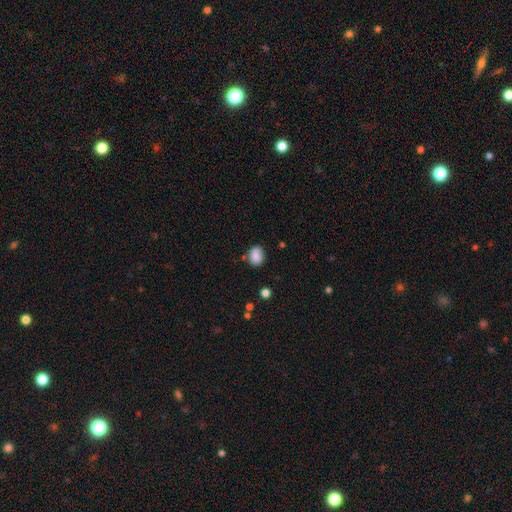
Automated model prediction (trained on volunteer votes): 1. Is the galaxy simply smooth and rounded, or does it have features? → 86% smooth, 9% star or artifact, 6% featured or disk.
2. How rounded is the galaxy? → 61% in between, 38% round, 1% cigar-shaped.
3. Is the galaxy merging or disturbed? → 75% none, 17% minor disturbance, 4% merger, 4% major disturbance.